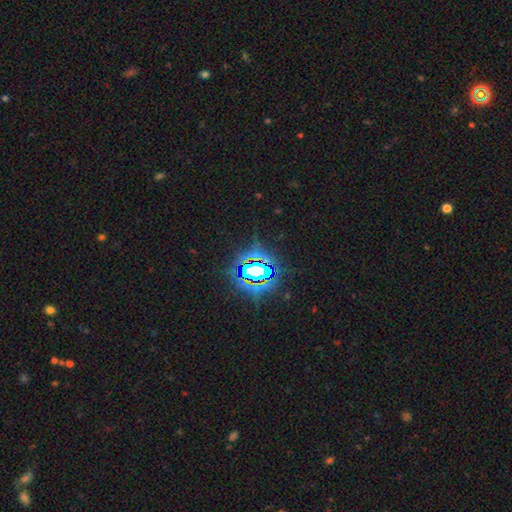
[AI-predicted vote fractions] Smooth or featured: star or artifact — 82% (smooth — 11%)